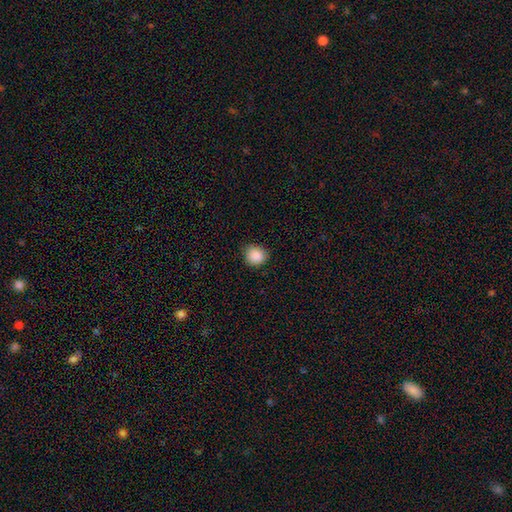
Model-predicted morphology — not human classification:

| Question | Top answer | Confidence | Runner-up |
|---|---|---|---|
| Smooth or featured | smooth | 88% | star or artifact (9%) |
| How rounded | round | 86% | in between (13%) |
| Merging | none | 87% | minor disturbance (10%) |